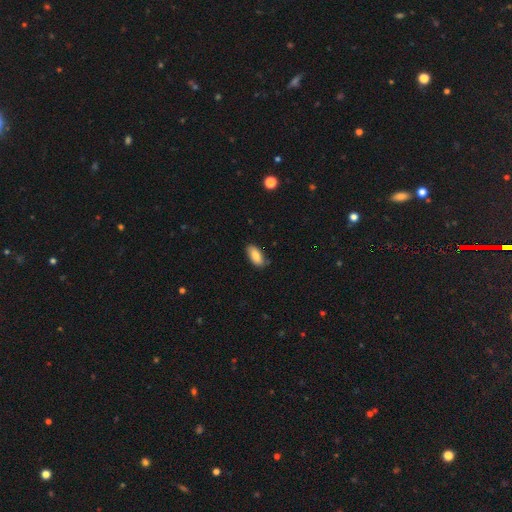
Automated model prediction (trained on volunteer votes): Smooth or featured? Predicted: smooth (p=0.82). How rounded? Predicted: in between (p=0.90). Merging? Predicted: none (p=0.79).